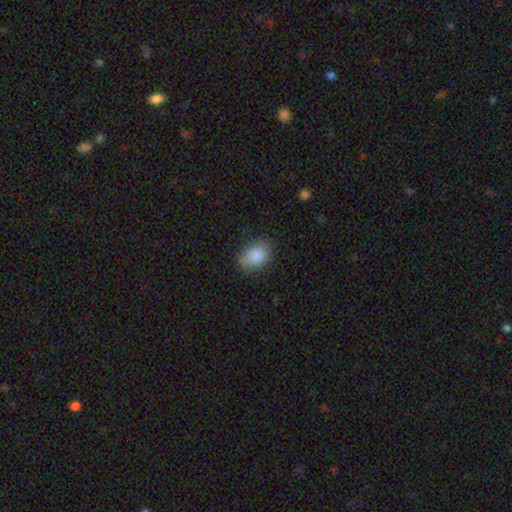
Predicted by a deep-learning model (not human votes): Morphology: type=smooth (87%); roundness=in between (72%); merging=none (76%).